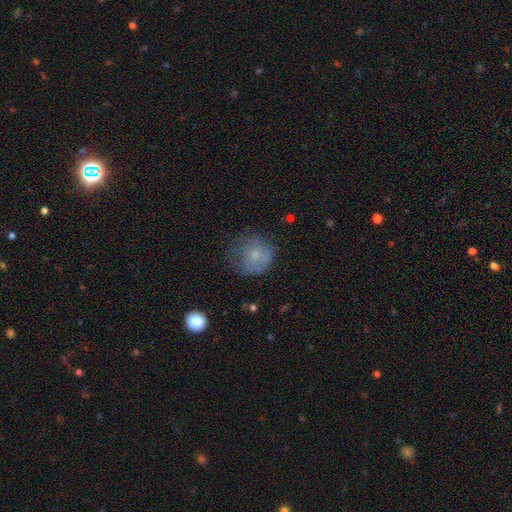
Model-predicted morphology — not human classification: This appears to be a smooth galaxy with no disk features (66%) that is round (84%). Merging: none (53%).